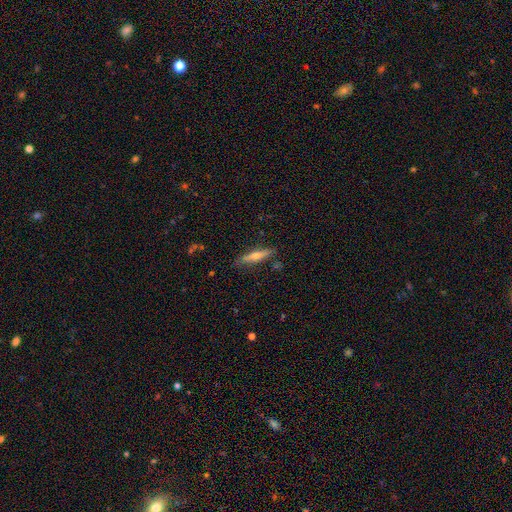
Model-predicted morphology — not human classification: This is possibly a smooth galaxy (52%). How rounded: clearly cigar-shaped (87%). Merging: clearly none (83%).